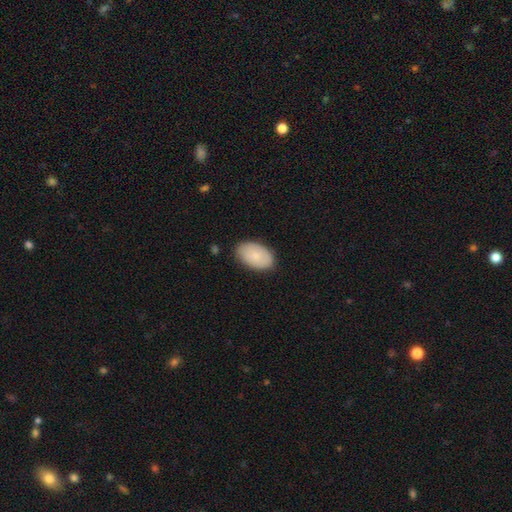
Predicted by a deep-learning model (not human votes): Smooth or featured?
  - smooth: 81% *
  - featured or disk: 13%
  - star or artifact: 6%
How rounded?
  - in between: 93% *
  - round: 6%
  - cigar-shaped: 1%
Merging?
  - none: 84% *
  - minor disturbance: 12%
  - major disturbance: 2%
  - merger: 1%